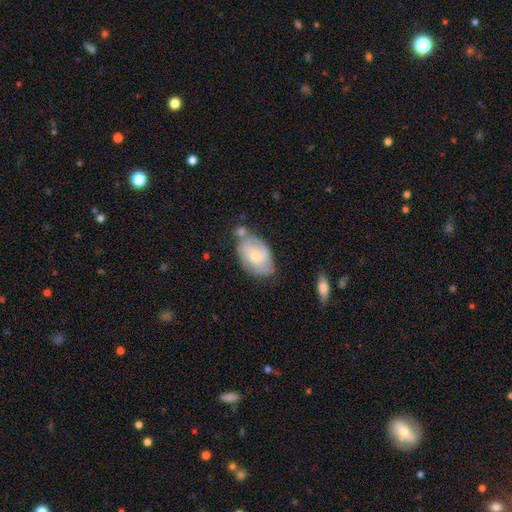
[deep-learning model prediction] A featured or disk galaxy (50%).

Vote fractions:
- Smooth or featured? featured or disk: 50% / smooth: 44% / star or artifact: 6%
- Merging? none: 49% / minor disturbance: 27% / merger: 16% / major disturbance: 8%